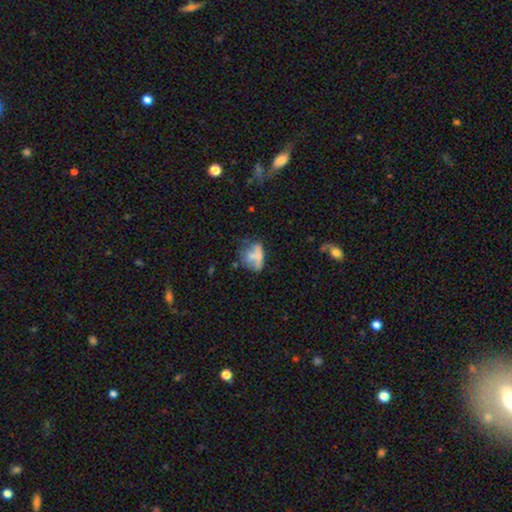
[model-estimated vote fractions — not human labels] Smooth or featured: smooth — 52% (featured or disk — 35%)
How rounded: in between — 69% (round — 27%)
Merging: none — 31% (major disturbance — 30%)